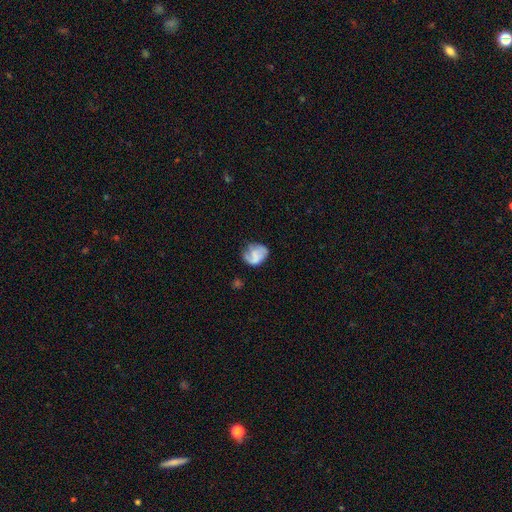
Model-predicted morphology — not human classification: Smooth or featured? Predicted: smooth (p=0.49). Merging? Predicted: none (p=0.46).